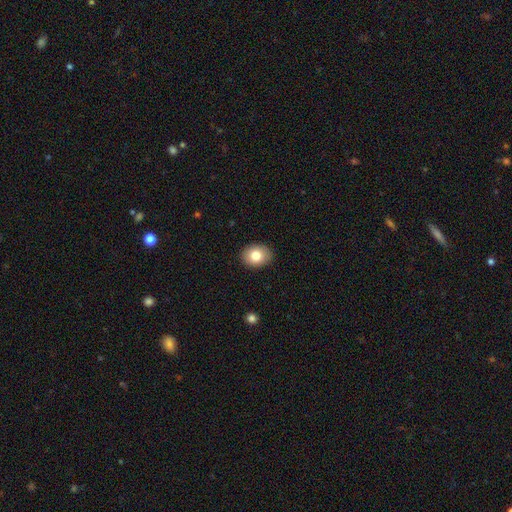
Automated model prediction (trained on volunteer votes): This is clearly a smooth galaxy (81%). How rounded: possibly in between (54%). Merging: clearly none (89%).